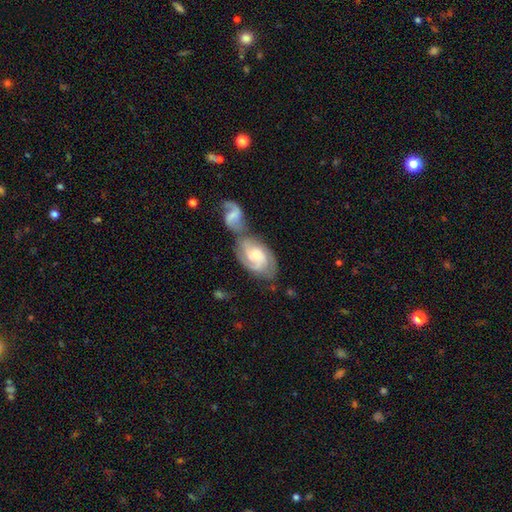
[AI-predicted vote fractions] Smooth or featured? Predicted: featured or disk (p=0.80). Edge-on disk? Predicted: no (p=0.97). Bar? Predicted: no (p=0.58). Spiral arms? Predicted: yes (p=0.96). Spiral winding? Predicted: tight (p=0.43). Spiral arm count? Predicted: 2 (p=0.53). Bulge size? Predicted: small (p=0.49). Merging? Predicted: merger (p=0.53).